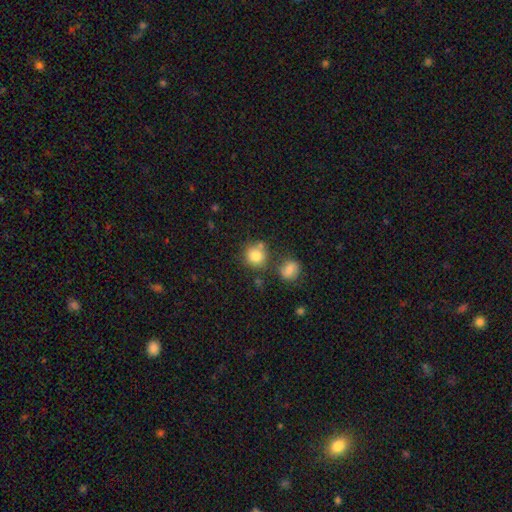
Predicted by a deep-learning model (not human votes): A smooth galaxy with no disk features (82%) that is round (88%).

Vote fractions:
- Smooth or featured? smooth: 82% / star or artifact: 10% / featured or disk: 8%
- How rounded? round: 88% / in between: 11% / cigar-shaped: 1%
- Merging? none: 69% / merger: 15% / minor disturbance: 12% / major disturbance: 4%